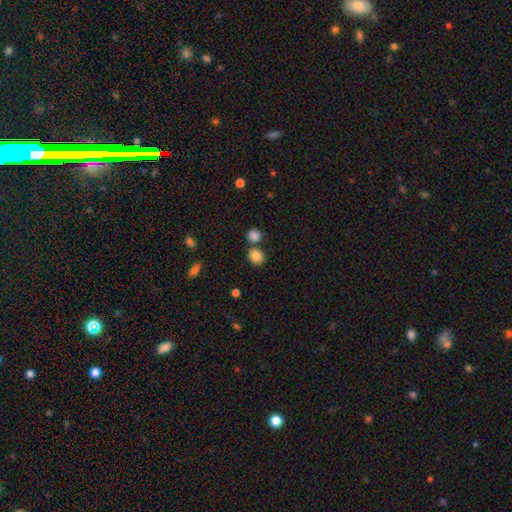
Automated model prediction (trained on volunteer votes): Smooth or featured: smooth — 85% (star or artifact — 10%)
How rounded: round — 77% (in between — 22%)
Merging: none — 69% (merger — 20%)